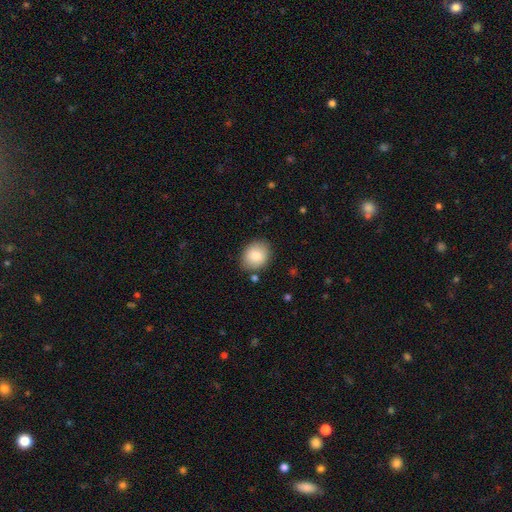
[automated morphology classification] type=smooth (85%); roundness=round (54%); merging=none (83%).